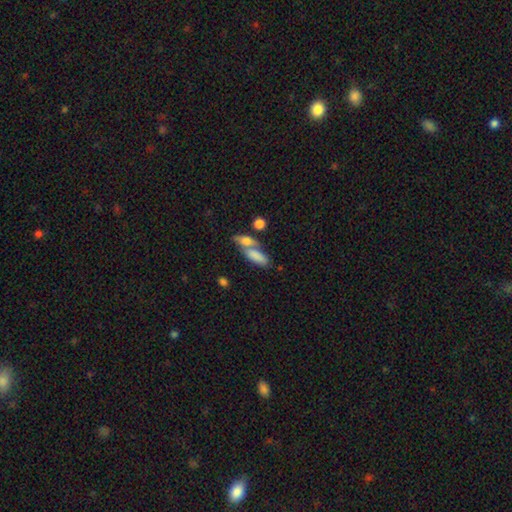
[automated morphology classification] Smooth or featured?
  - smooth: 78% *
  - featured or disk: 14%
  - star or artifact: 8%
How rounded?
  - in between: 68% *
  - cigar-shaped: 28%
  - round: 4%
Merging?
  - merger: 45% *
  - none: 37%
  - minor disturbance: 12%
  - major disturbance: 6%